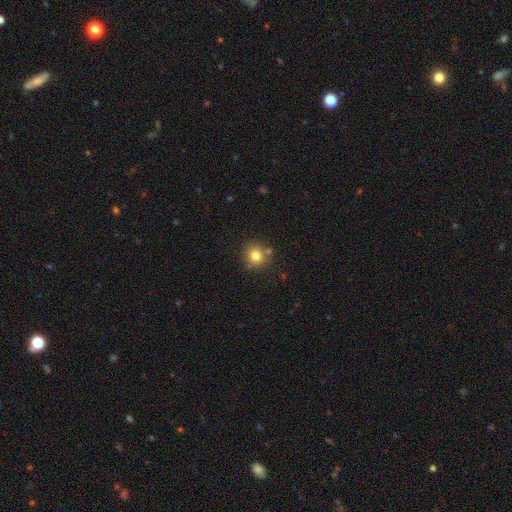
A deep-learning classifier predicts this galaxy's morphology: A smooth galaxy with no disk features (80%) that is round (90%).

Vote fractions:
- Smooth or featured? smooth: 80% / star or artifact: 12% / featured or disk: 8%
- How rounded? round: 90% / in between: 9% / cigar-shaped: 1%
- Merging? none: 78% / minor disturbance: 12% / merger: 8% / major disturbance: 3%